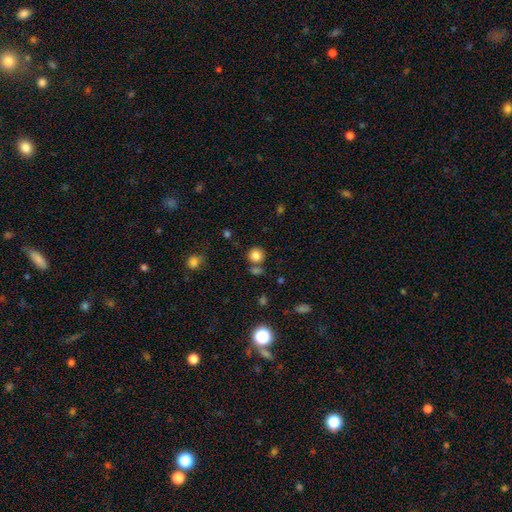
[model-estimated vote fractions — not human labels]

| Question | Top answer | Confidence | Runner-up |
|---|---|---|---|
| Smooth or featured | smooth | 82% | star or artifact (11%) |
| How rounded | round | 89% | in between (10%) |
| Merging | none | 74% | merger (14%) |